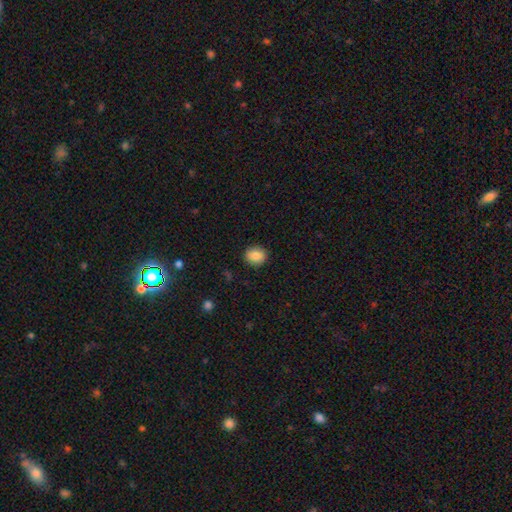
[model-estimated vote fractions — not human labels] A smooth galaxy with no disk features (86%) that is round (70%).

Vote fractions:
- Smooth or featured? smooth: 86% / star or artifact: 9% / featured or disk: 5%
- How rounded? round: 70% / in between: 29% / cigar-shaped: 1%
- Merging? none: 90% / minor disturbance: 7% / major disturbance: 2% / merger: 1%